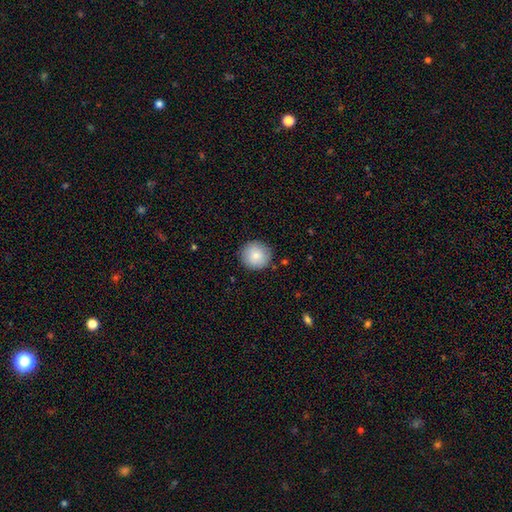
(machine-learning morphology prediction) Smooth or featured?
  - smooth: 83% *
  - featured or disk: 9%
  - star or artifact: 8%
How rounded?
  - round: 94% *
  - in between: 5%
  - cigar-shaped: 1%
Merging?
  - none: 88% *
  - minor disturbance: 9%
  - major disturbance: 2%
  - merger: 1%